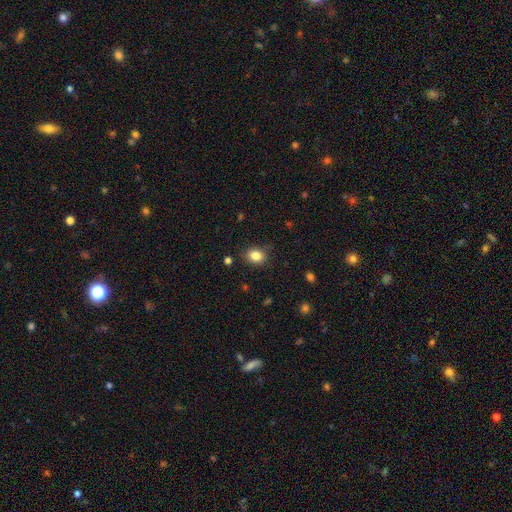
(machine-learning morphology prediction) Q: Smooth or featured?
A: smooth (84%); runner-up: star or artifact (10%)
Q: How rounded?
A: round (52%); runner-up: in between (47%)
Q: Merging?
A: none (82%); runner-up: minor disturbance (13%)